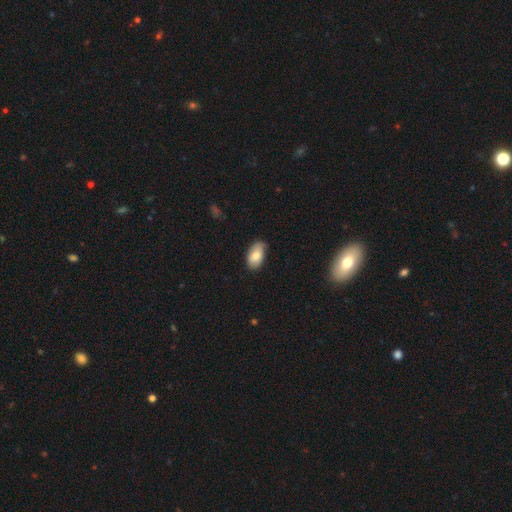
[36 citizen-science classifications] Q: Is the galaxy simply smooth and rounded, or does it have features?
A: smooth — 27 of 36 (75%).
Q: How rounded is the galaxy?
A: in between — 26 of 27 (96%).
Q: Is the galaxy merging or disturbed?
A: none — 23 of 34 (68%).